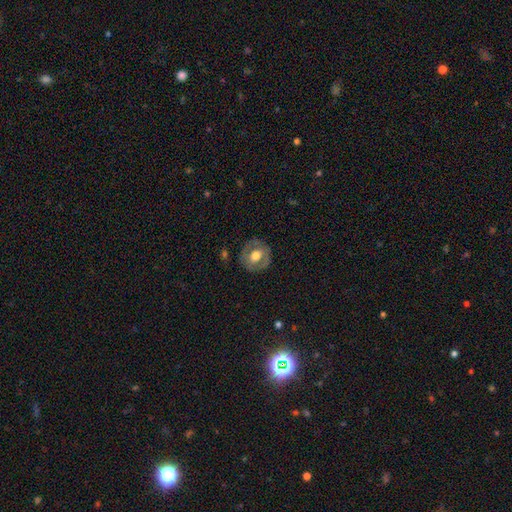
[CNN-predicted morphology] This is possibly a featured or disk galaxy (51%). It is clearly not viewed edge-on (95%). Merging: likely none (79%).